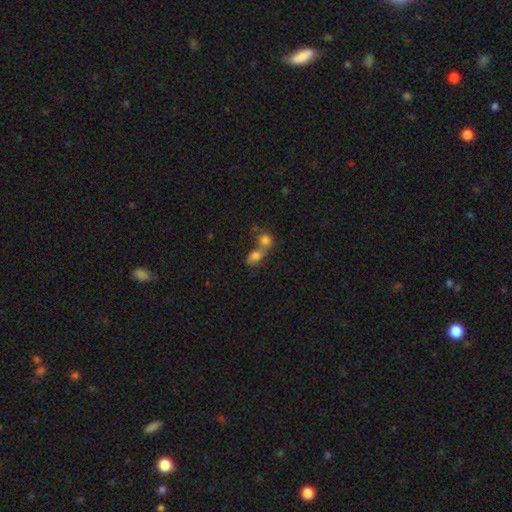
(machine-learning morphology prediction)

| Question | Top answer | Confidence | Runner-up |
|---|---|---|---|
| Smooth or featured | smooth | 51% | star or artifact (29%) |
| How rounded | in between | 47% | round (45%) |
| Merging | merger | 50% | none (36%) |